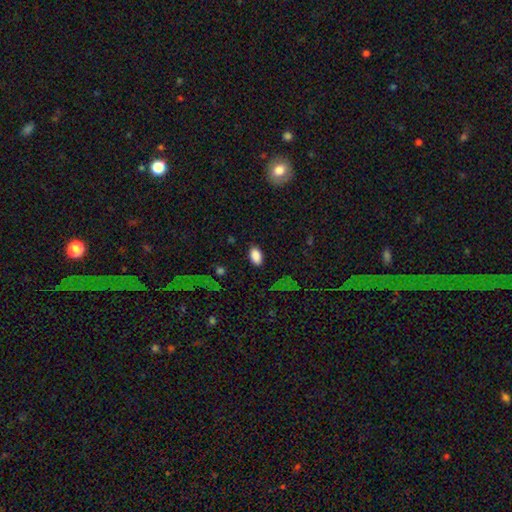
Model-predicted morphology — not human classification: Smooth or featured: smooth — 88% (star or artifact — 8%)
How rounded: in between — 92% (round — 6%)
Merging: none — 85% (minor disturbance — 11%)